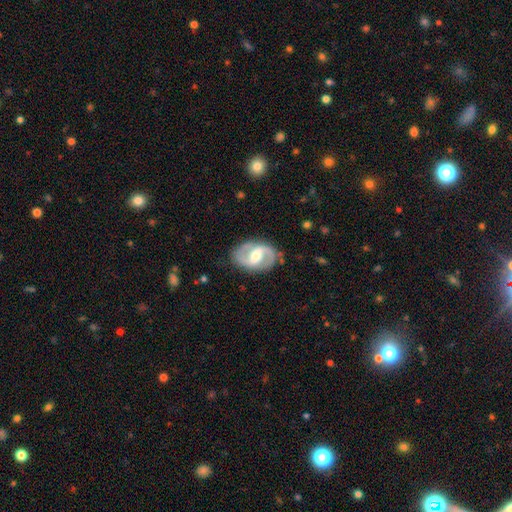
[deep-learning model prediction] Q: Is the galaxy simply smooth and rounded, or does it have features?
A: featured or disk — 82%.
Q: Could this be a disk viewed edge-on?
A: no — 97%.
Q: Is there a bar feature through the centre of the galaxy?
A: weak — 48%.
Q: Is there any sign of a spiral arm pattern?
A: yes — 91%.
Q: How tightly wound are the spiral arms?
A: medium — 53%.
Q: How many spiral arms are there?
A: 2 — 91%.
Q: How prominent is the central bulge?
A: moderate — 60%.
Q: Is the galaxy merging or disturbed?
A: none — 82%.